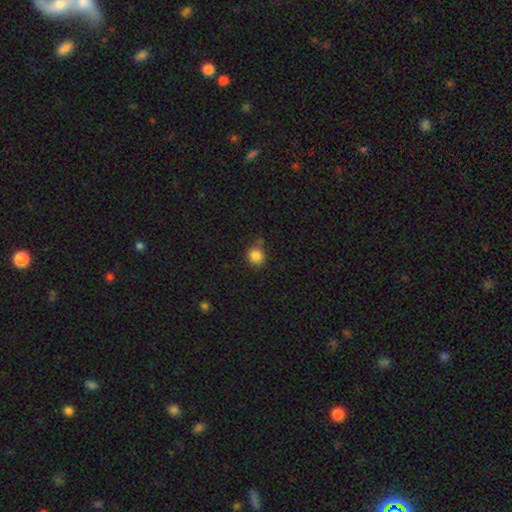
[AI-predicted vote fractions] The model was most divided on "merging": none: 72%, minor disturbance: 15%, merger: 8%, major disturbance: 4%. More confident: how rounded — round (86%); smooth or featured — smooth (85%).